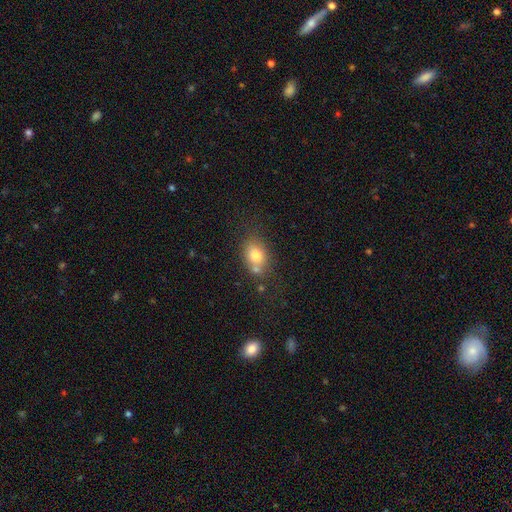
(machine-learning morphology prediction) Smooth or featured: smooth — 77% (featured or disk — 14%)
How rounded: in between — 66% (round — 32%)
Merging: none — 55% (merger — 21%)